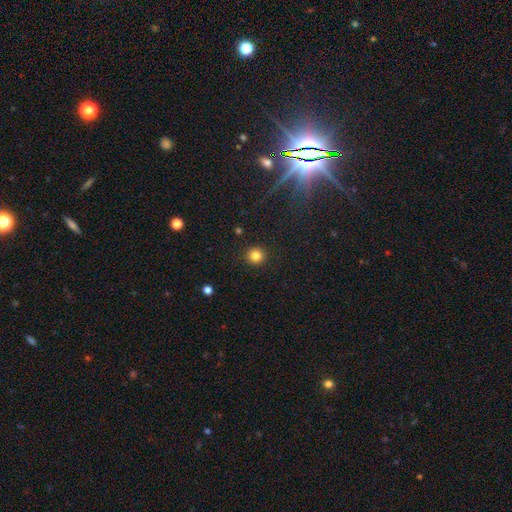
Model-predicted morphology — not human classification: Overall: smooth (83%). How rounded: round (94%). Merging: none (92%).